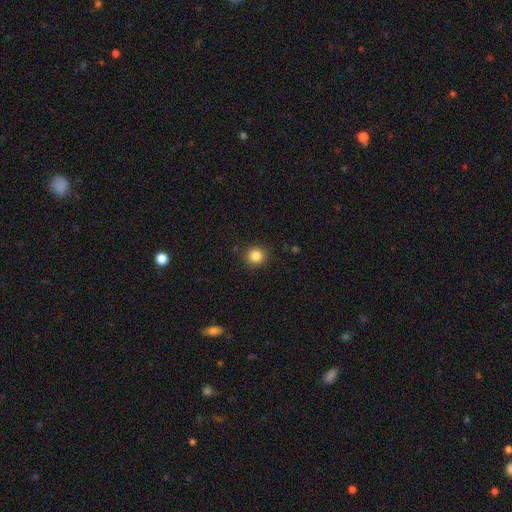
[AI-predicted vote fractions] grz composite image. It shows a smooth galaxy with no disk features (85%) that is round (92%). Merging: none (90%).